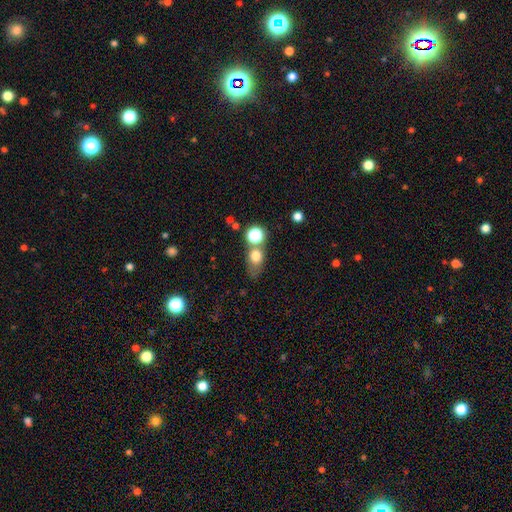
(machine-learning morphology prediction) smooth-or-featured: smooth: 72% | star or artifact: 15% | featured or disk: 13%
  how-rounded: in between: 49% | round: 48% | cigar-shaped: 3%
  merging: none: 44% | merger: 33% | minor disturbance: 14% | major disturbance: 9%